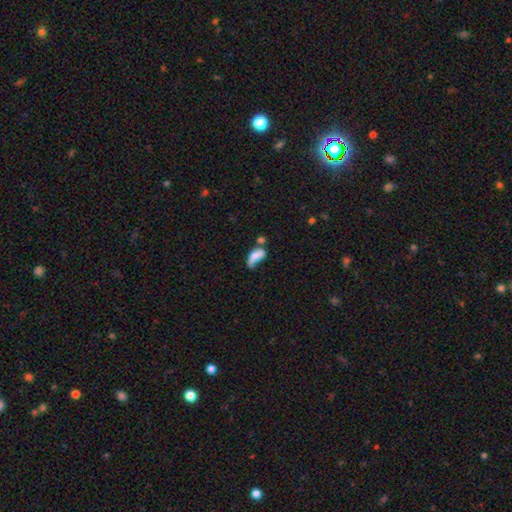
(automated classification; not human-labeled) smooth_or_featured: smooth (p=0.62) [alt: featured or disk p=0.28]
how_rounded: in between (p=0.83) [alt: cigar-shaped p=0.11]
merging: major disturbance (p=0.30) [alt: merger p=0.28]